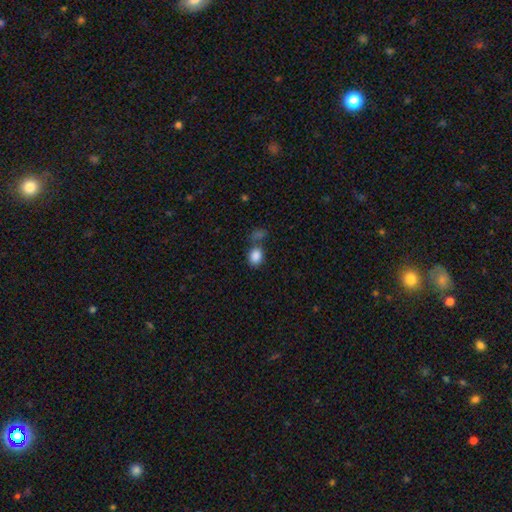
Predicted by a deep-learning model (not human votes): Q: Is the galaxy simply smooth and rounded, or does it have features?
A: smooth — 86%.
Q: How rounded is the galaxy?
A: in between — 57%.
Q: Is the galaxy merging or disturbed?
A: none — 57%.